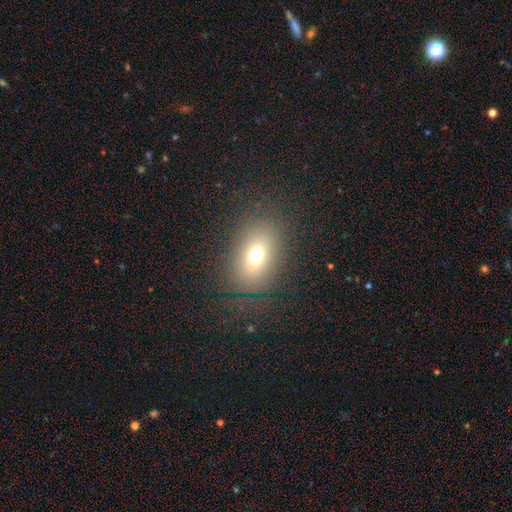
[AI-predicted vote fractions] Smooth or featured? smooth (66%)
How rounded? in between (67%)
Merging? none (70%)